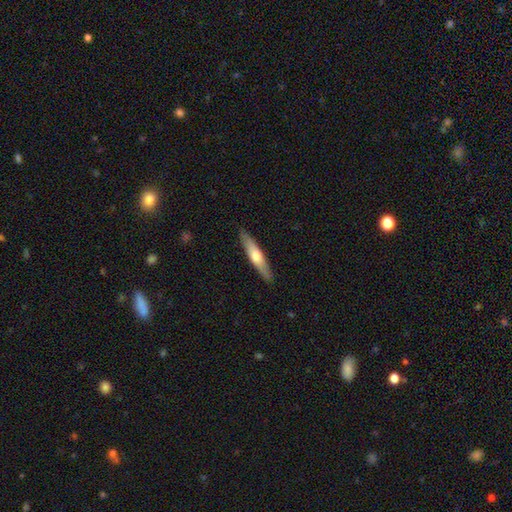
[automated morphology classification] This appears to be a smooth galaxy with no disk features (49%). Merging: none (89%).